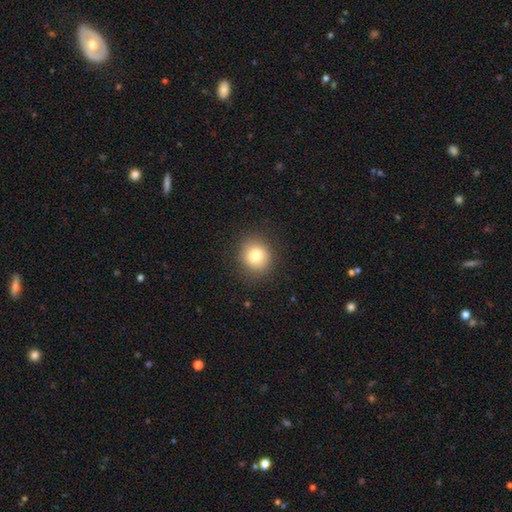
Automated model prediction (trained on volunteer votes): smooth 79%, star or artifact 11%, featured or disk 10%. Down the decision tree: how rounded — round (85%); merging — none (88%).